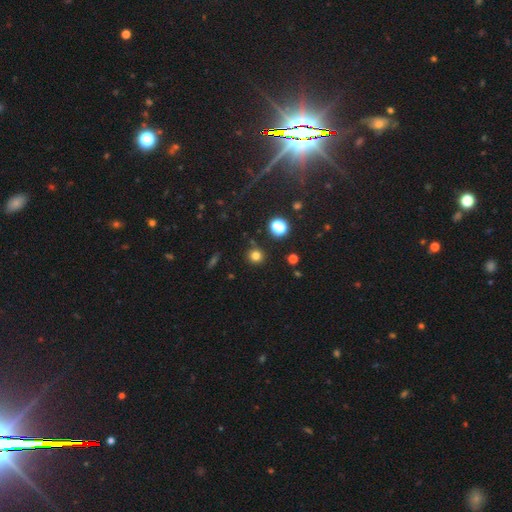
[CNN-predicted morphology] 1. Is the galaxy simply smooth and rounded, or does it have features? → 77% smooth, 17% star or artifact, 6% featured or disk.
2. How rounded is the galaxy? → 92% round, 7% in between, 1% cigar-shaped.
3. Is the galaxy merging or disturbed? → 87% none, 7% minor disturbance, 3% merger, 2% major disturbance.